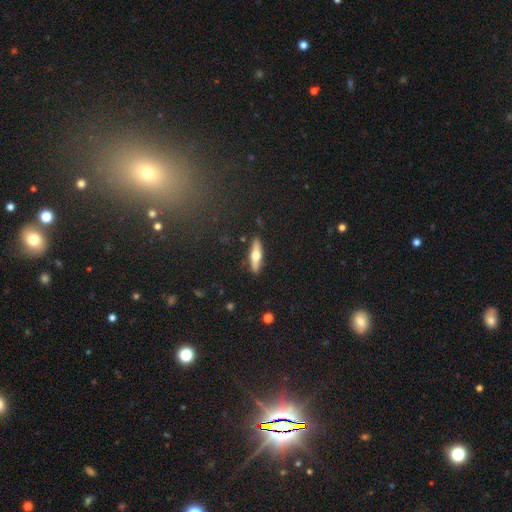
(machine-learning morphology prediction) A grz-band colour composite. It shows a featured or disk galaxy (47%, tied with smooth). Merging: none (89%).